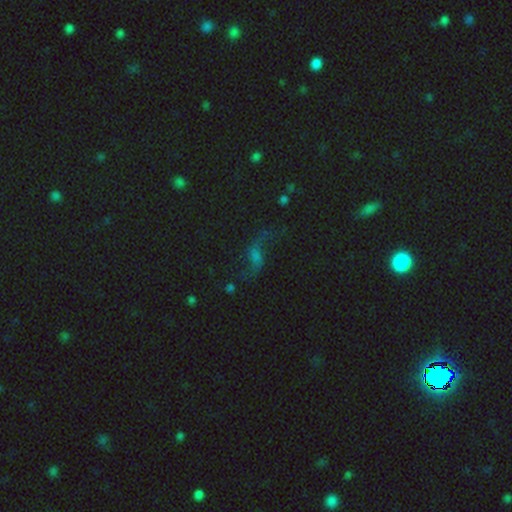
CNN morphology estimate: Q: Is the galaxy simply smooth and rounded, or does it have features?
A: featured or disk — 61%.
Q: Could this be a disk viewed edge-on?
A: no — 93%.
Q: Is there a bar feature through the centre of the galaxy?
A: no — 46%.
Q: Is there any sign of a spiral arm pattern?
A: yes — 91%.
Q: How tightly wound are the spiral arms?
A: loose — 91%.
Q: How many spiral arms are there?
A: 2 — 91%.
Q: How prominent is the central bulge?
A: small — 33%.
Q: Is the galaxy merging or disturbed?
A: none — 66%.